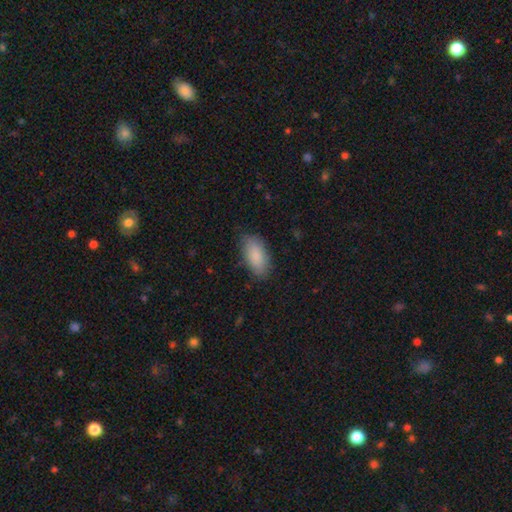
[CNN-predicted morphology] smooth 87%, featured or disk 7%, star or artifact 6%. Down the decision tree: how rounded — in between (91%); merging — none (81%).